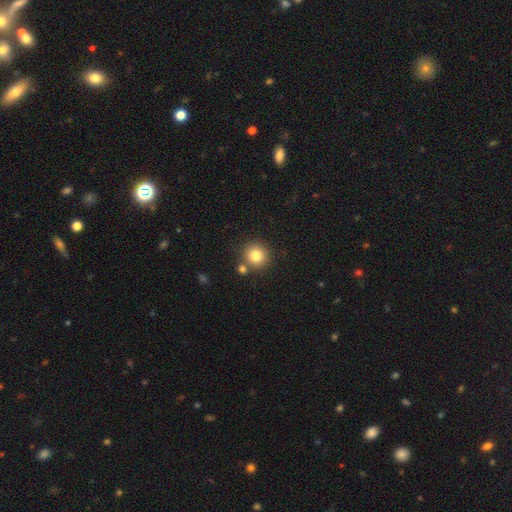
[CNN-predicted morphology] type=smooth (81%); roundness=round (92%); merging=none (79%).